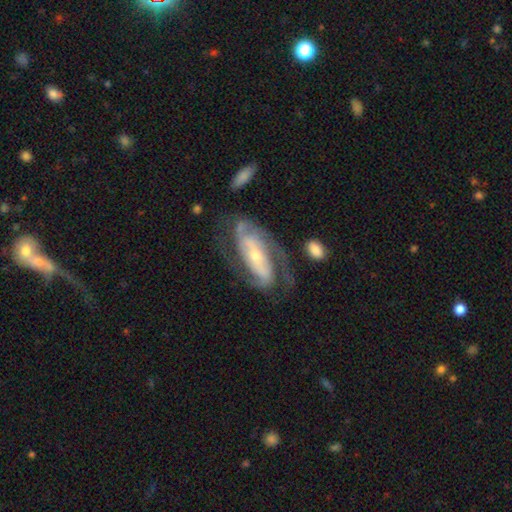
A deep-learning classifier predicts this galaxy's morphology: Smooth or featured: featured or disk — 84% (smooth — 11%)
Edge-on disk: no — 92% (yes — 8%)
Bar: strong — 39% (no — 34%)
Spiral arms: yes — 92% (no — 8%)
Spiral winding: medium — 42% (tight — 41%)
Spiral arm count: 2 — 74% (can't tell — 12%)
Bulge size: small — 60% (moderate — 34%)
Merging: none — 59% (minor disturbance — 19%)